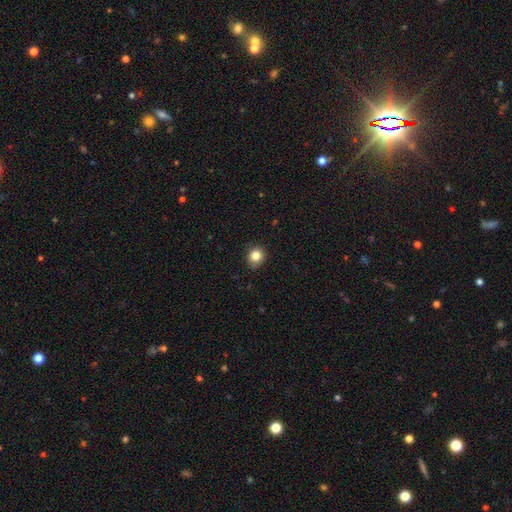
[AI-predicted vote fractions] Smooth or featured? Predicted: smooth (p=0.83). How rounded? Predicted: round (p=0.85). Merging? Predicted: none (p=0.84).